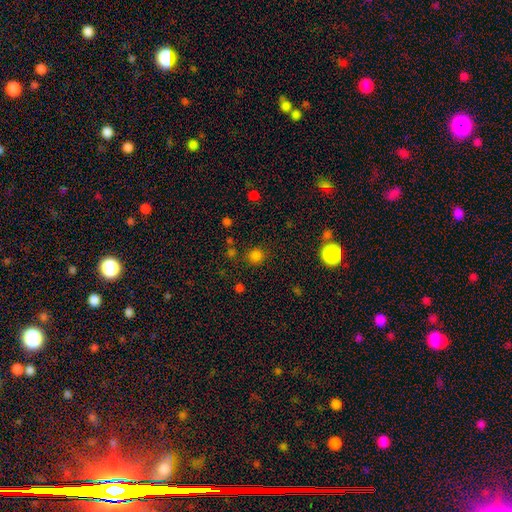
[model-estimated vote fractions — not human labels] smooth-or-featured: smooth: 78% | star or artifact: 18% | featured or disk: 4%
  how-rounded: round: 89% | in between: 10% | cigar-shaped: 1%
  merging: none: 82% | minor disturbance: 10% | merger: 5% | major disturbance: 4%